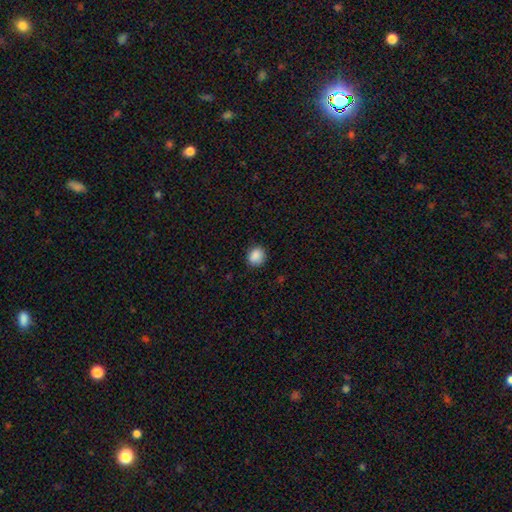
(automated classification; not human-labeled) Smooth or featured?
  - smooth: 88% *
  - star or artifact: 9%
  - featured or disk: 3%
How rounded?
  - round: 76% *
  - in between: 24%
  - cigar-shaped: 1%
Merging?
  - none: 87% *
  - minor disturbance: 10%
  - major disturbance: 2%
  - merger: 1%